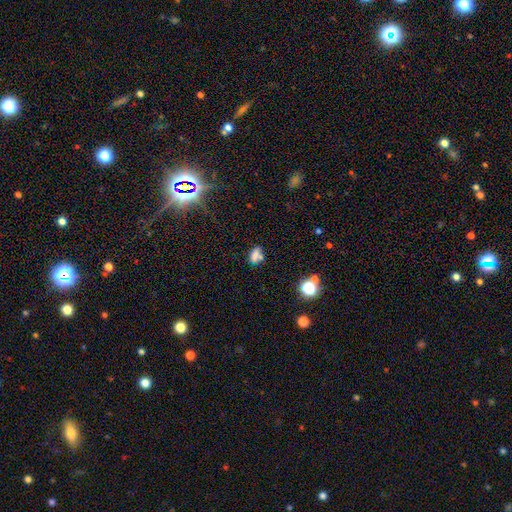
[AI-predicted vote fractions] Smooth or featured?
  - smooth: 67% *
  - star or artifact: 20%
  - featured or disk: 13%
How rounded?
  - in between: 74% *
  - round: 19%
  - cigar-shaped: 7%
Merging?
  - none: 55% *
  - merger: 21%
  - minor disturbance: 17%
  - major disturbance: 7%